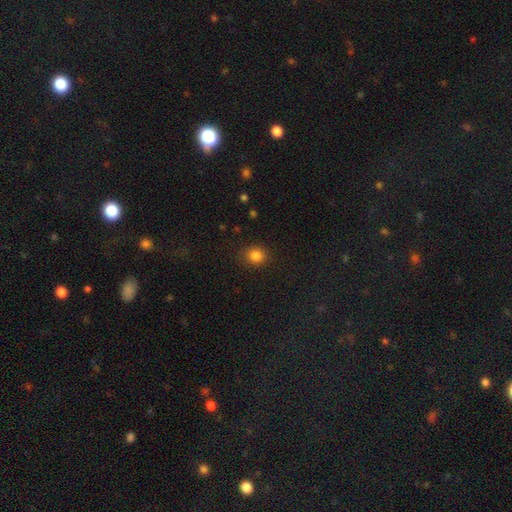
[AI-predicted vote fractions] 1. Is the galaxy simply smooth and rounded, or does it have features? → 84% smooth, 12% star or artifact, 4% featured or disk.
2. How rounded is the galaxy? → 80% round, 20% in between, 1% cigar-shaped.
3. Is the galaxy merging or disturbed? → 86% none, 10% minor disturbance, 3% major disturbance, 1% merger.